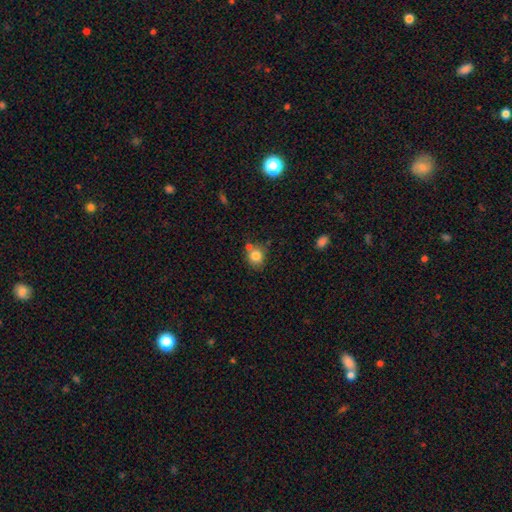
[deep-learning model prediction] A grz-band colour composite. It shows a smooth galaxy with no disk features (81%) that is round (77%). Merging: none (63%).